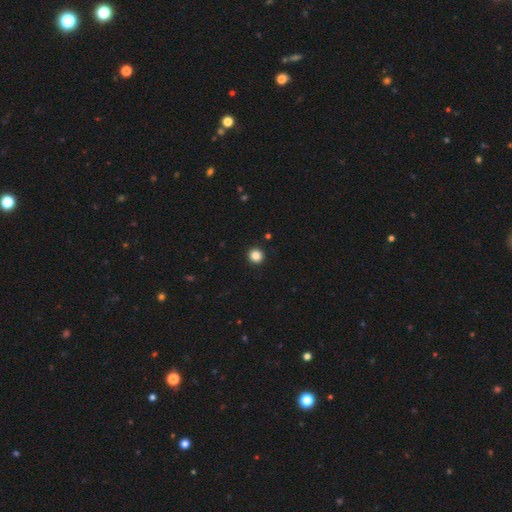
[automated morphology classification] smooth-or-featured: smooth: 86% | star or artifact: 11% | featured or disk: 3%
  how-rounded: round: 94% | in between: 5% | cigar-shaped: 1%
  merging: none: 94% | minor disturbance: 4% | major disturbance: 1% | merger: 1%